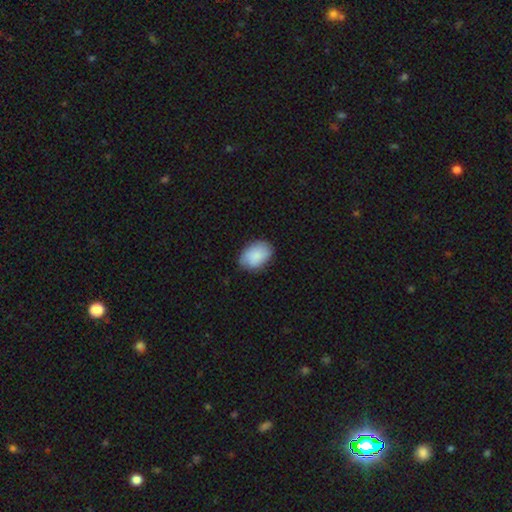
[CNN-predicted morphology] Q: Smooth or featured?
A: smooth (86%); runner-up: featured or disk (8%)
Q: How rounded?
A: in between (82%); runner-up: round (17%)
Q: Merging?
A: none (78%); runner-up: minor disturbance (18%)